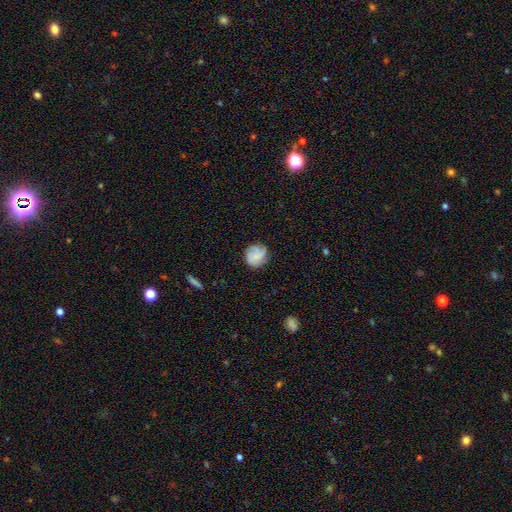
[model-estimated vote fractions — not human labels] This appears to be a featured or disk galaxy (50%). Merging: none (75%).